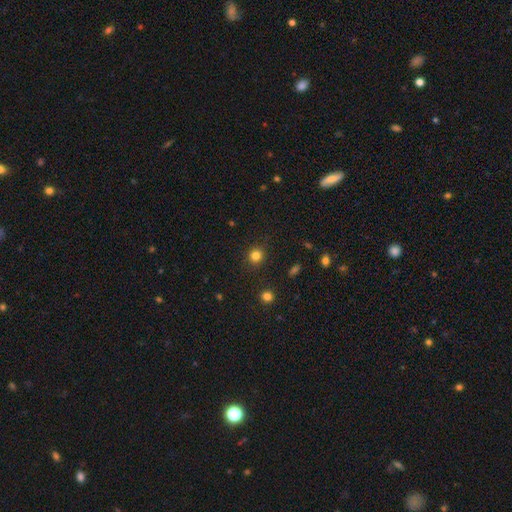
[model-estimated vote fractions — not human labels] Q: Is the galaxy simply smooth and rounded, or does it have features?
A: smooth — 81%.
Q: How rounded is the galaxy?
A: round — 88%.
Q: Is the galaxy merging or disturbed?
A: none — 89%.